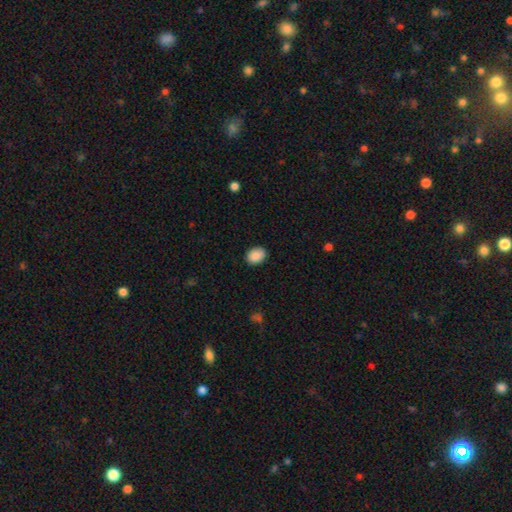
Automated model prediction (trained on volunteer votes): A smooth galaxy with no disk features (89%) that is in between round and cigar-shaped (58%). Merging: none (84%).